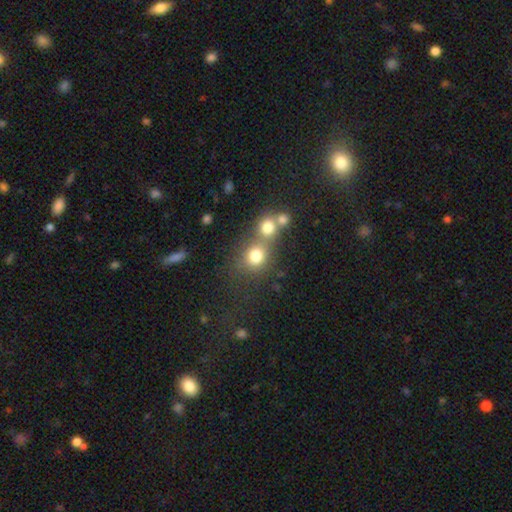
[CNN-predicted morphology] smooth-or-featured: smooth: 76% | star or artifact: 14% | featured or disk: 10%
  how-rounded: round: 83% | in between: 16% | cigar-shaped: 1%
  merging: merger: 46% | none: 42% | minor disturbance: 7% | major disturbance: 5%